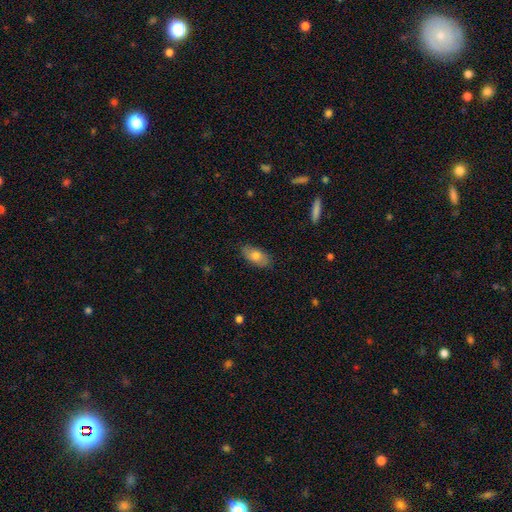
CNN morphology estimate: smooth 75%, featured or disk 18%, star or artifact 7%. Down the decision tree: how rounded — in between (91%); merging — none (84%).